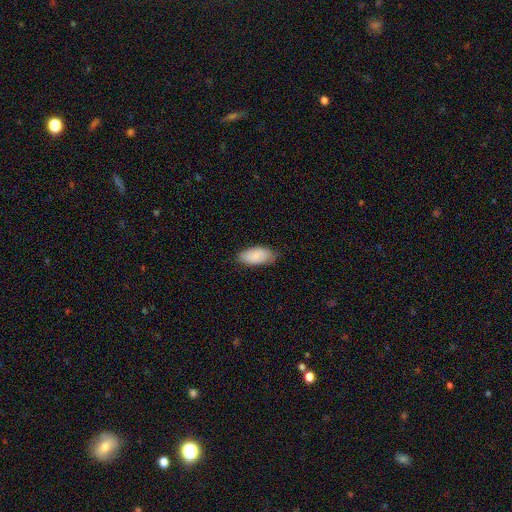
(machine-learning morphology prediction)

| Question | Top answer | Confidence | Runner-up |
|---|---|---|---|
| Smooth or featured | smooth | 81% | featured or disk (13%) |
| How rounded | in between | 93% | cigar-shaped (4%) |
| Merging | none | 76% | minor disturbance (20%) |